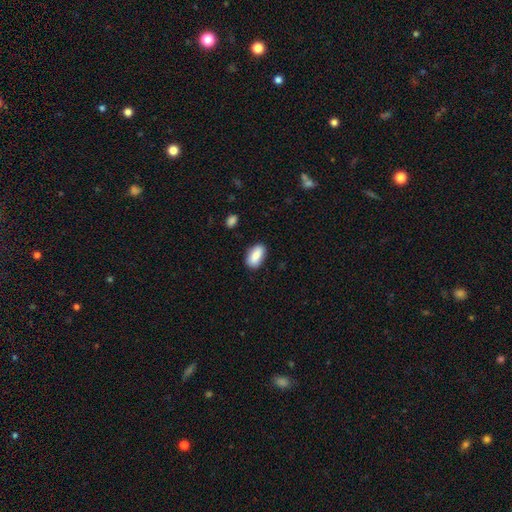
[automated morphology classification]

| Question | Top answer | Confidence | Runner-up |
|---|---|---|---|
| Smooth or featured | smooth | 85% | featured or disk (8%) |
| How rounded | in between | 92% | cigar-shaped (4%) |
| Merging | none | 83% | minor disturbance (13%) |